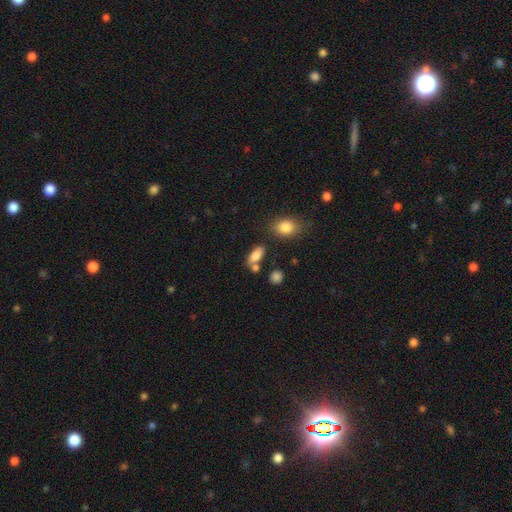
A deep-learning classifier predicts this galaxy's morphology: A smooth galaxy with no disk features (80%) that is in between round and cigar-shaped (81%). Merging: none (60%).